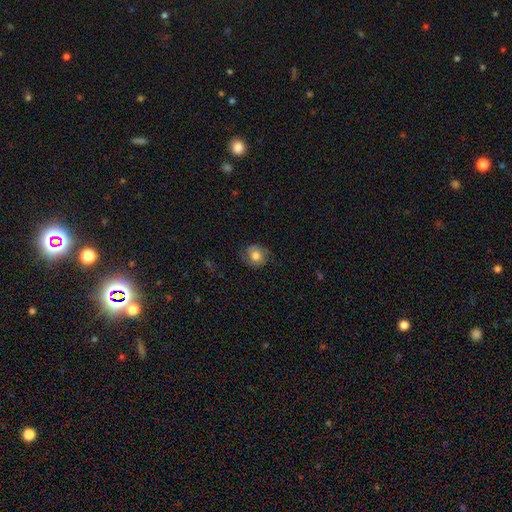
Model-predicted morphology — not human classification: smooth-or-featured: smooth: 71% | featured or disk: 20% | star or artifact: 9%
  how-rounded: round: 76% | in between: 23% | cigar-shaped: 1%
  merging: none: 76% | minor disturbance: 17% | major disturbance: 5% | merger: 1%